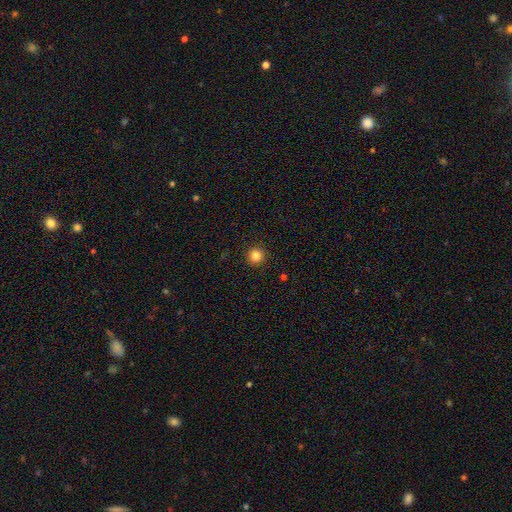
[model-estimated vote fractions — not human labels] Smooth or featured: smooth — 83% (star or artifact — 12%)
How rounded: round — 95% (in between — 4%)
Merging: none — 92% (minor disturbance — 5%)